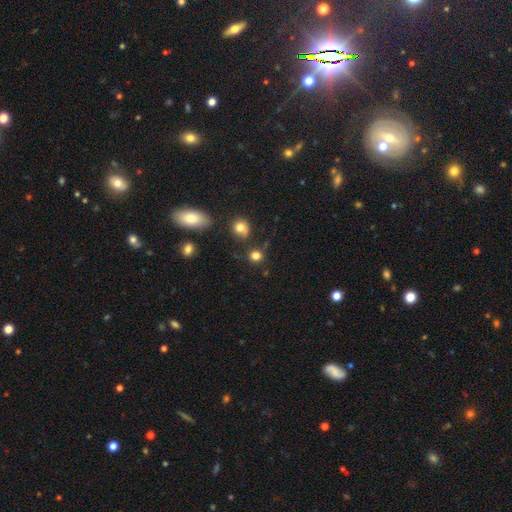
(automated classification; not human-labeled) smooth-or-featured: smooth: 80% | star or artifact: 14% | featured or disk: 5%
  how-rounded: round: 88% | in between: 11% | cigar-shaped: 1%
  merging: none: 78% | minor disturbance: 11% | merger: 7% | major disturbance: 4%